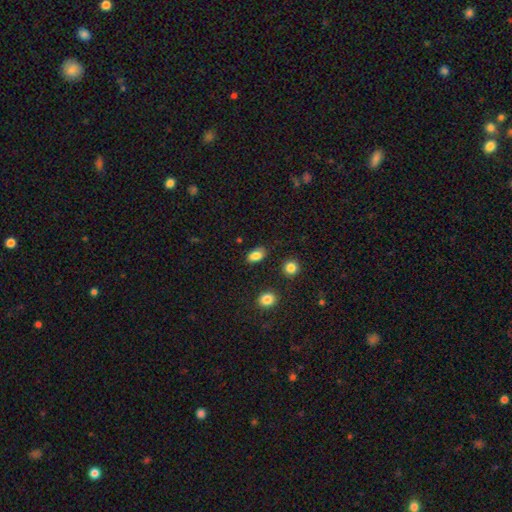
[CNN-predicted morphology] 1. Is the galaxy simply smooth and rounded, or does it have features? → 84% smooth, 9% star or artifact, 7% featured or disk.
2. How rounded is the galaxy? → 88% in between, 10% round, 2% cigar-shaped.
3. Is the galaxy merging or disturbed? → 83% none, 12% minor disturbance, 3% major disturbance, 2% merger.